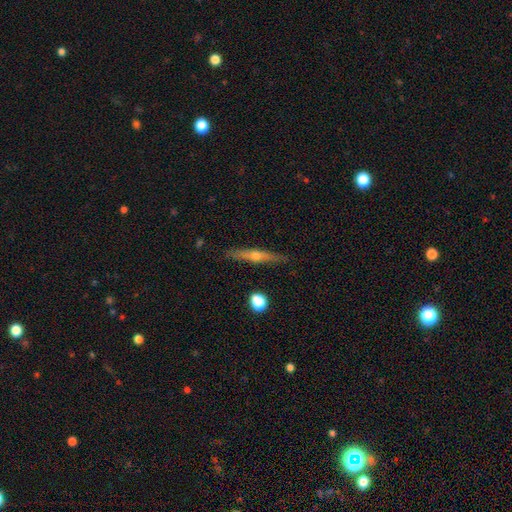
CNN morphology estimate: The model was most divided on "smooth or featured": featured or disk: 69%, smooth: 24%, star or artifact: 7%. More confident: edge-on disk — yes (96%); edge-on bulge — rounded (91%); merging — none (88%).